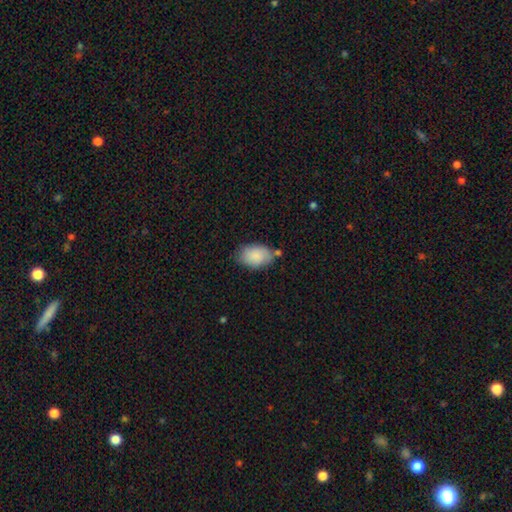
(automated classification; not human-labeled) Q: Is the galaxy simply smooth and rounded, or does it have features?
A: smooth — 86%.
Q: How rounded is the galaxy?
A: in between — 91%.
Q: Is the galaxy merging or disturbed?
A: none — 65%.